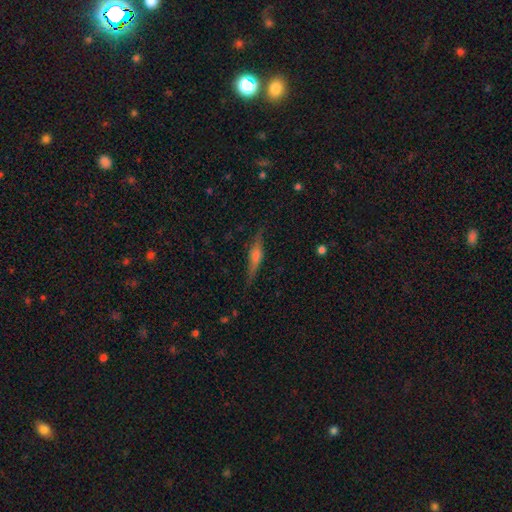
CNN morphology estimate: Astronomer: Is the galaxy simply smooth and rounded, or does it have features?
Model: featured or disk — 67%.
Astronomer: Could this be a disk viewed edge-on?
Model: yes — 96%.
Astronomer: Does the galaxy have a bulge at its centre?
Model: rounded — 80%.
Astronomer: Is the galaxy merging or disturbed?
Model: none — 84%.